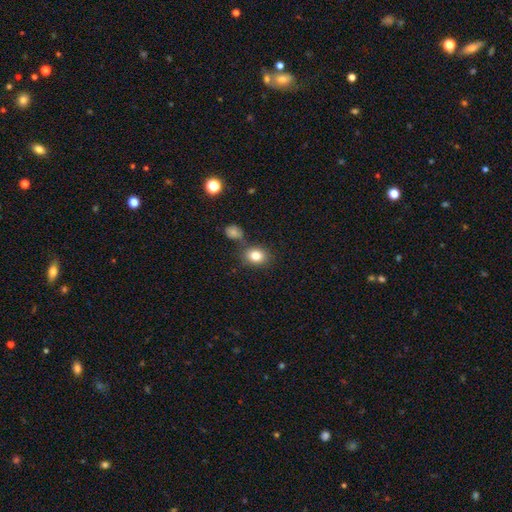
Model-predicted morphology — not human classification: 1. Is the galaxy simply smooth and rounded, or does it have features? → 82% smooth, 10% star or artifact, 8% featured or disk.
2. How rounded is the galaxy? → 52% in between, 47% round, 1% cigar-shaped.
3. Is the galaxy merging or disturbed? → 70% none, 13% minor disturbance, 12% merger, 4% major disturbance.